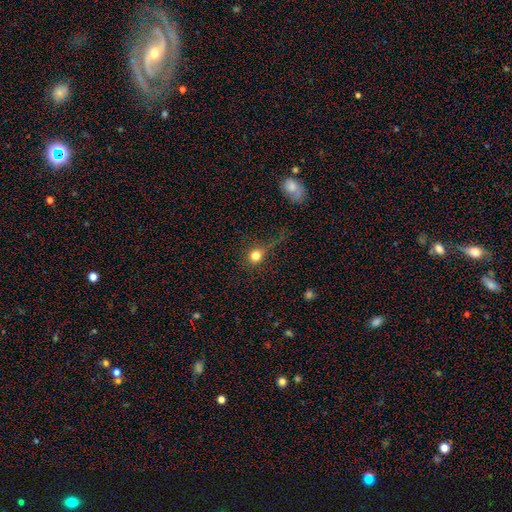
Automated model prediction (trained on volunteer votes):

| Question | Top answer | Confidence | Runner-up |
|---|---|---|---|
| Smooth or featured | smooth | 77% | star or artifact (14%) |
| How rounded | round | 87% | in between (12%) |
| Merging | none | 64% | major disturbance (16%) |